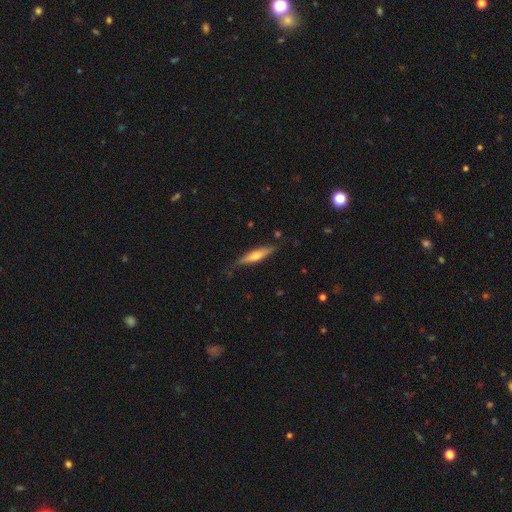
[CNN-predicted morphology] Smooth or featured? Predicted: featured or disk (p=0.50). Edge-on disk? Predicted: yes (p=0.92). Merging? Predicted: none (p=0.77).